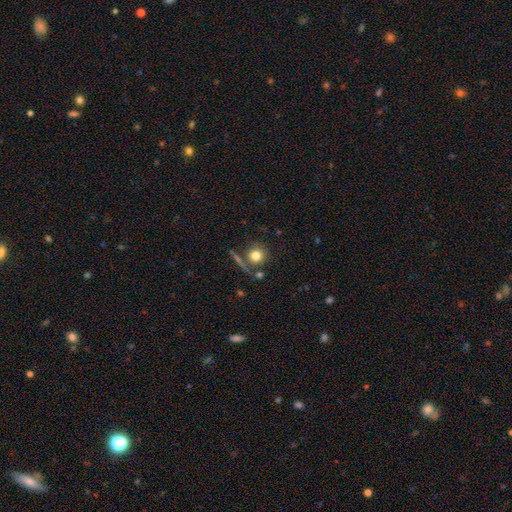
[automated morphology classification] type=smooth (78%); roundness=round (90%); merging=none (69%).